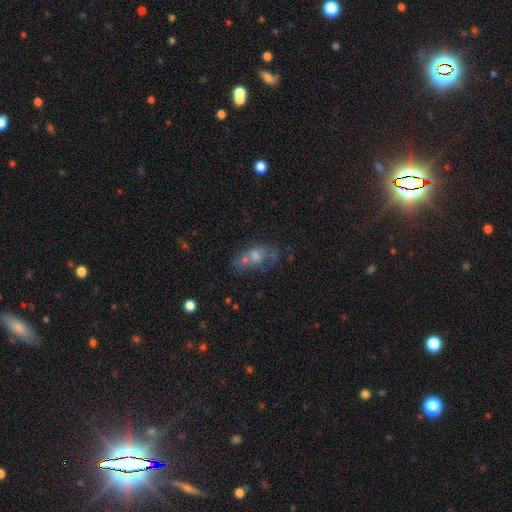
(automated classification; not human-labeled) The model was most divided on "smooth or featured": smooth: 42%, featured or disk: 35%, star or artifact: 23%. Remaining: merging — none (38%).